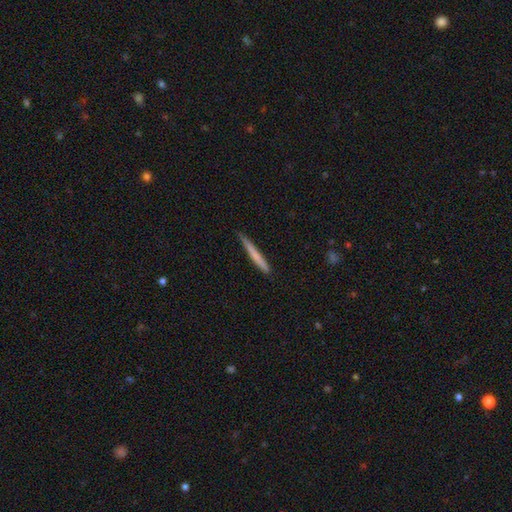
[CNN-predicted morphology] smooth 66%, featured or disk 29%, star or artifact 5%. Down the decision tree: how rounded — cigar-shaped (97%); merging — none (83%).